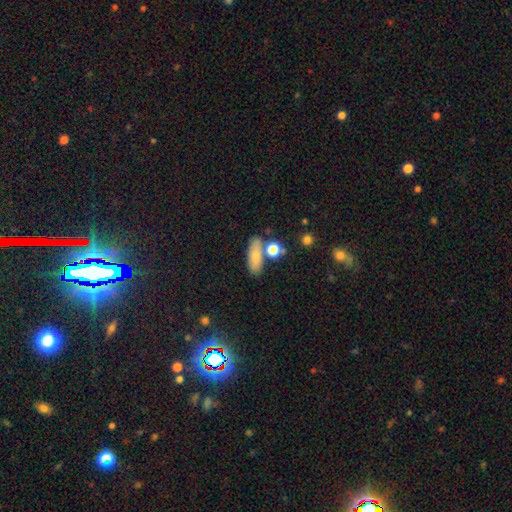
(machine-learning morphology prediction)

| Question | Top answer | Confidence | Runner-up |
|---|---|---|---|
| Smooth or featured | smooth | 78% | featured or disk (13%) |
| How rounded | in between | 63% | cigar-shaped (29%) |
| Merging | none | 70% | merger (13%) |